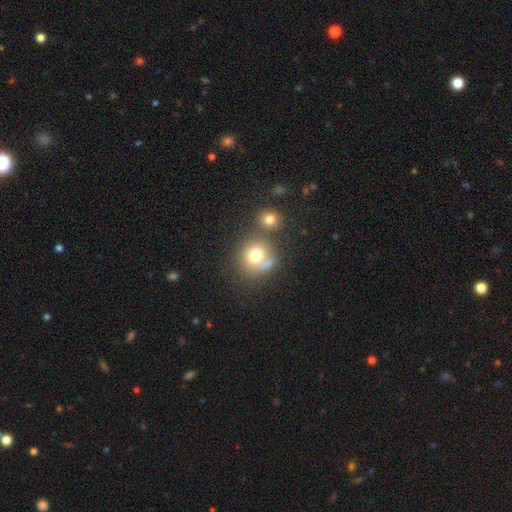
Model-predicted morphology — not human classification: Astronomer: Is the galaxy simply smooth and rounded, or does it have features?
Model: smooth — 74%.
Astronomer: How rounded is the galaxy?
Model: round — 85%.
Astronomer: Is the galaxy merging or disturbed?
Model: none — 50% (runner-up: merger, 30%).